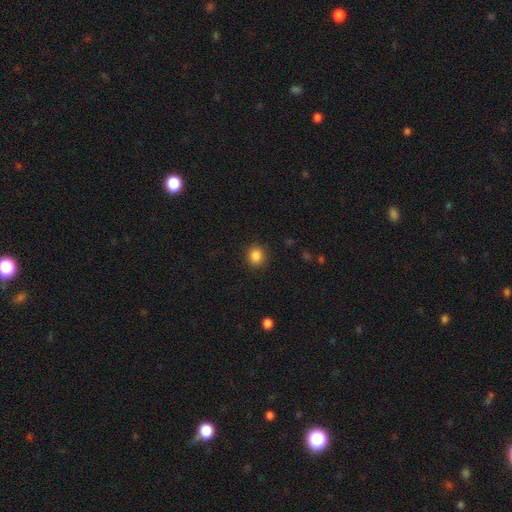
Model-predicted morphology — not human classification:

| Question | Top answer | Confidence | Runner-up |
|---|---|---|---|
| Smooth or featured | smooth | 86% | star or artifact (10%) |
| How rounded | round | 83% | in between (16%) |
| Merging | none | 90% | minor disturbance (7%) |